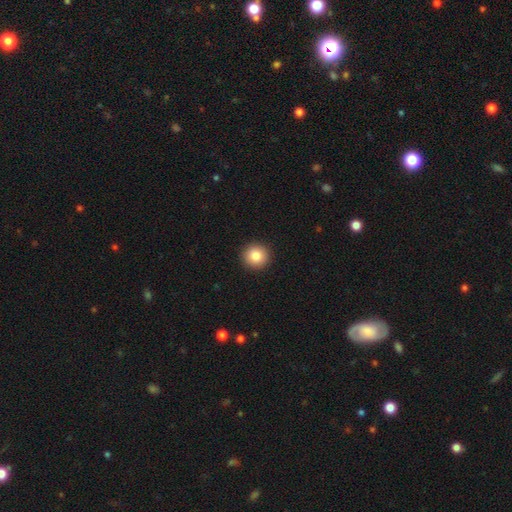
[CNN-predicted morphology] Overall: smooth (86%). How rounded: round (94%). Merging: none (93%).